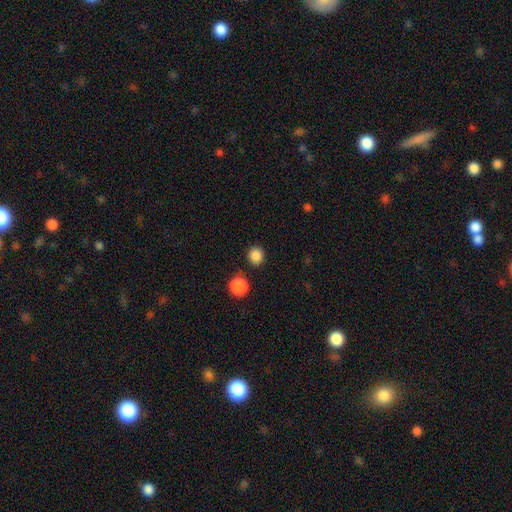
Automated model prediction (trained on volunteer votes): Smooth or featured? smooth (86%)
How rounded? round (89%)
Merging? none (87%)